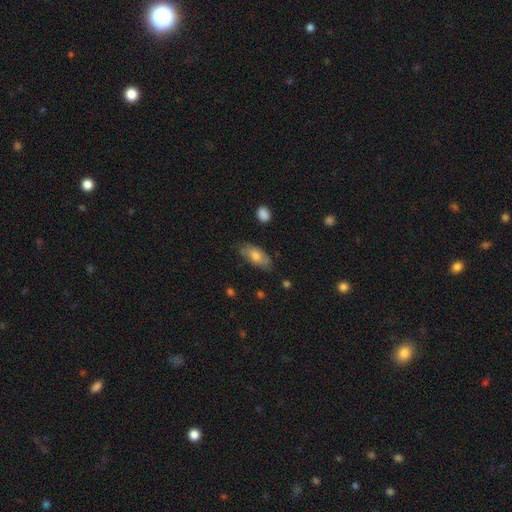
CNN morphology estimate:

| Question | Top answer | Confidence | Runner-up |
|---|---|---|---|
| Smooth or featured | smooth | 69% | featured or disk (24%) |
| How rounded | in between | 88% | cigar-shaped (9%) |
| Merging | none | 73% | minor disturbance (21%) |